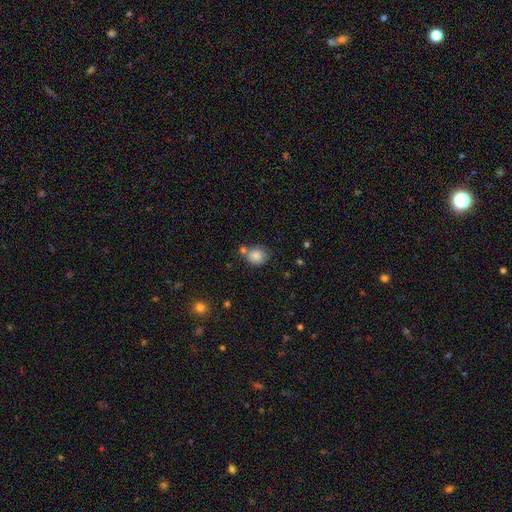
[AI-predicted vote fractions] smooth_or_featured: smooth (p=0.84) [alt: star or artifact p=0.09]
how_rounded: round (p=0.73) [alt: in between p=0.26]
merging: none (p=0.61) [alt: merger p=0.19]